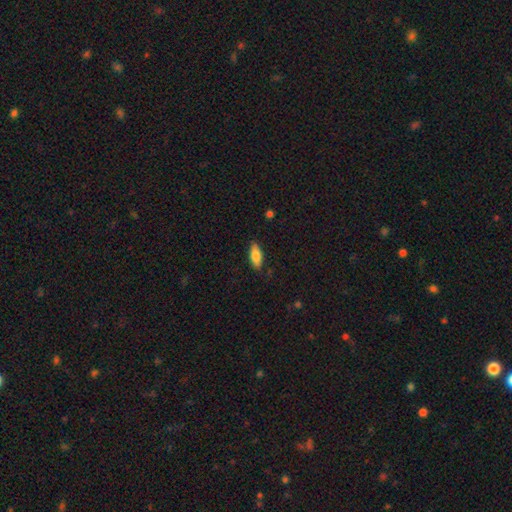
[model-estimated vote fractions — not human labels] The model was most divided on "how rounded": in between: 77%, cigar-shaped: 21%, round: 2%. More confident: merging — none (84%); smooth or featured — smooth (82%).